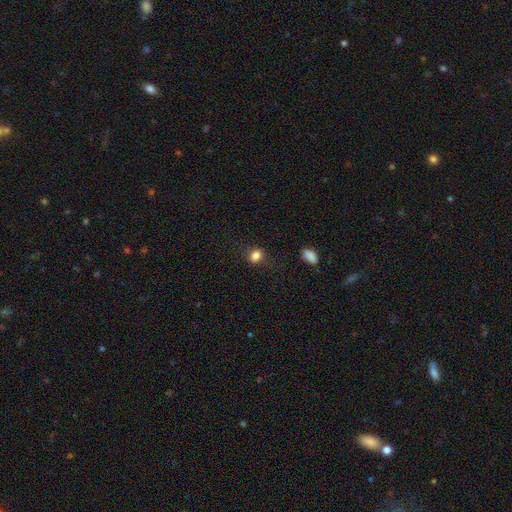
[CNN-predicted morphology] Smooth or featured?
  - smooth: 83% *
  - star or artifact: 12%
  - featured or disk: 6%
How rounded?
  - round: 55% *
  - in between: 43%
  - cigar-shaped: 2%
Merging?
  - none: 78% *
  - minor disturbance: 15%
  - major disturbance: 5%
  - merger: 2%